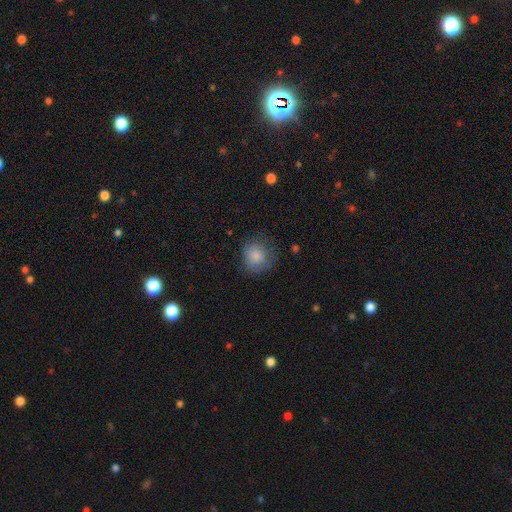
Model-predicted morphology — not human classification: smooth-or-featured: smooth: 84% | star or artifact: 9% | featured or disk: 8%
  how-rounded: round: 82% | in between: 17% | cigar-shaped: 1%
  merging: none: 69% | minor disturbance: 22% | major disturbance: 8% | merger: 1%